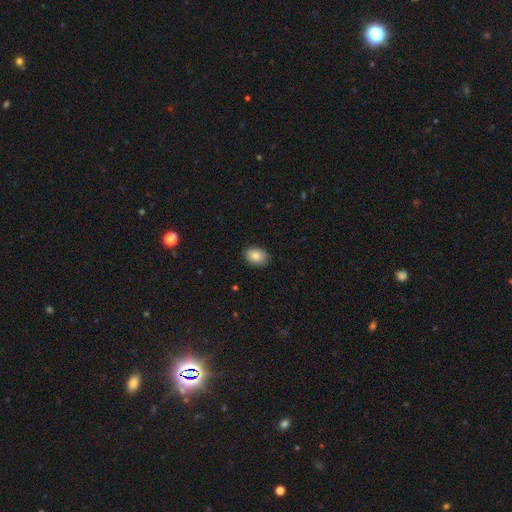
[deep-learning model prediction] The model was most divided on "how rounded": in between: 75%, round: 24%, cigar-shaped: 1%. More confident: merging — none (87%); smooth or featured — smooth (84%).